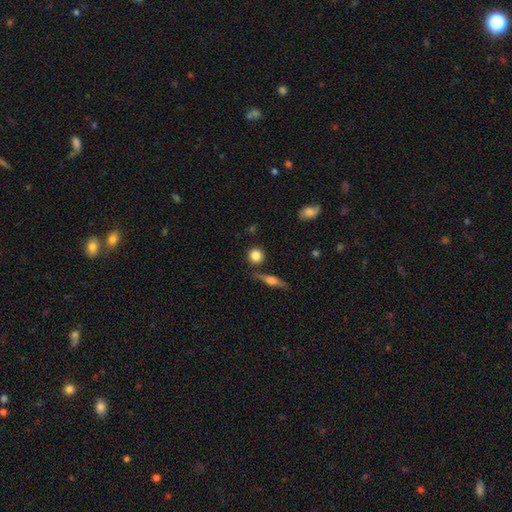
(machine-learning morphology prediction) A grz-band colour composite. It shows a smooth galaxy with no disk features (82%) that is round (90%). Merging: none (81%).